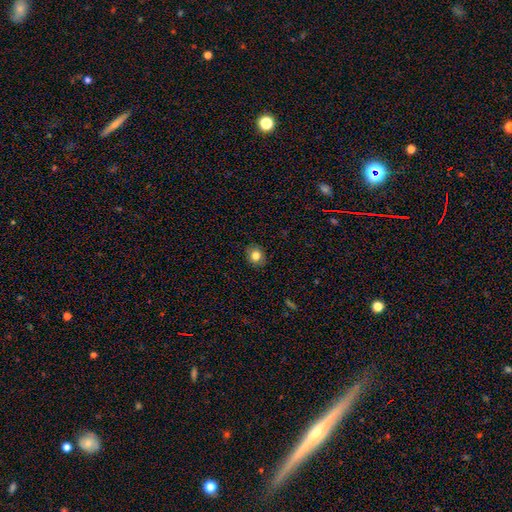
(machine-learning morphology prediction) Smooth or featured? smooth (81%)
How rounded? round (66%)
Merging? none (87%)